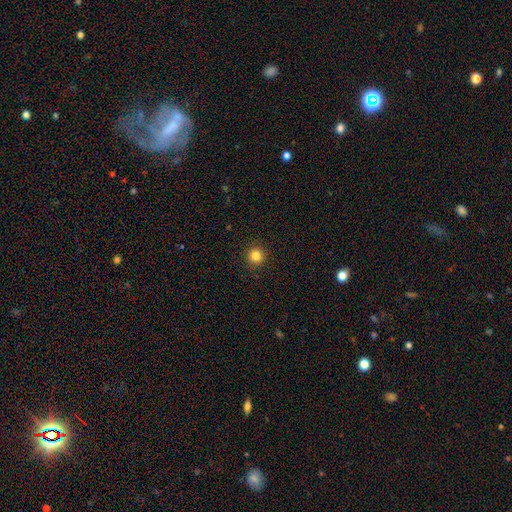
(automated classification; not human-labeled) smooth 83%, star or artifact 12%, featured or disk 5%. Down the decision tree: how rounded — round (95%); merging — none (93%).